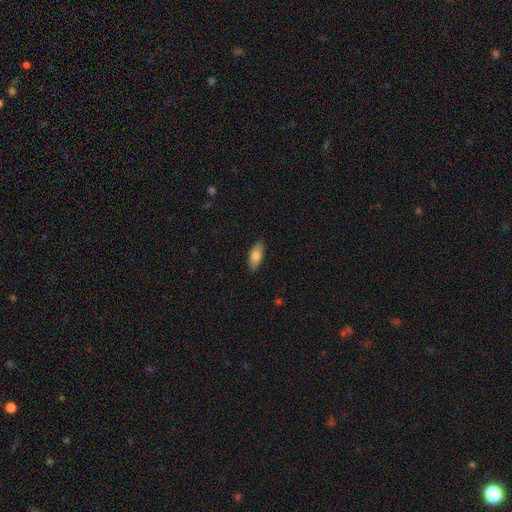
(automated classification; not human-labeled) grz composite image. It shows a smooth galaxy with no disk features (74%) that is in between round and cigar-shaped (79%). Merging: none (88%).